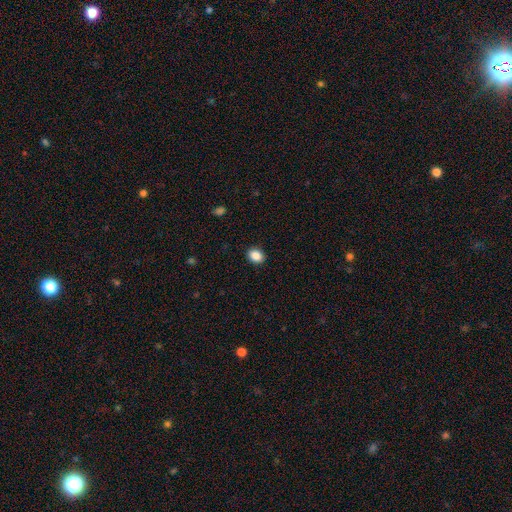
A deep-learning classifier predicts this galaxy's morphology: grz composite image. It shows a smooth galaxy with no disk features (88%) that is in between round and cigar-shaped (57%). Merging: none (90%).